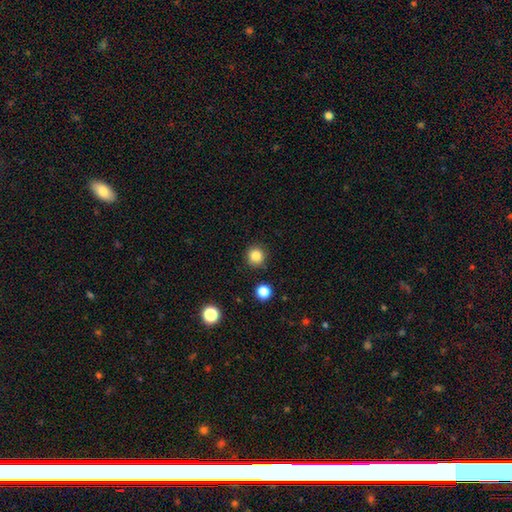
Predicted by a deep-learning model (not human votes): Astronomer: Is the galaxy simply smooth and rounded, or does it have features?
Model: smooth — 84%.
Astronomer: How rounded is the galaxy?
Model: round — 94%.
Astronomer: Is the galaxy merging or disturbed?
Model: none — 90%.